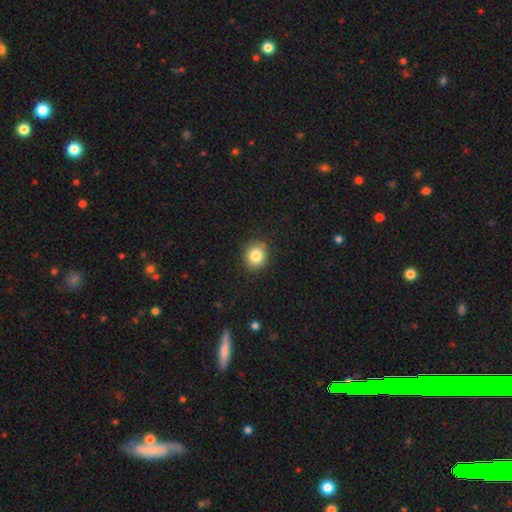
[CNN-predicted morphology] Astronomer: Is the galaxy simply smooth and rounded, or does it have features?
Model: smooth — 83%.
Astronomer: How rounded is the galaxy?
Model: round — 75%.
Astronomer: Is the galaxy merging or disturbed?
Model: none — 88%.